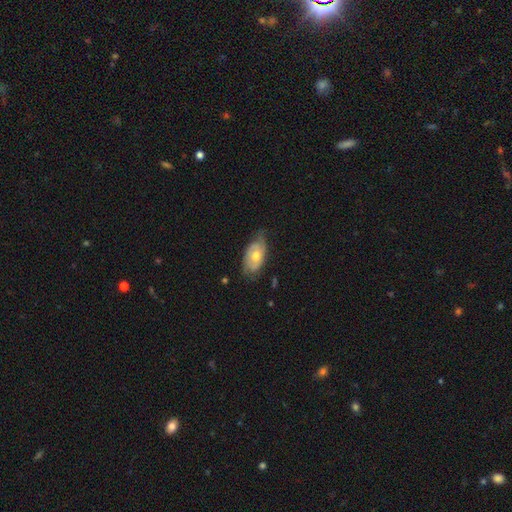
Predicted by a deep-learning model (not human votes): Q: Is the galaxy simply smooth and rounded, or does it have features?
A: featured or disk — 54%.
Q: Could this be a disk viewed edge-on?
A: no — 90%.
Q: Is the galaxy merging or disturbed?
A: none — 56%.